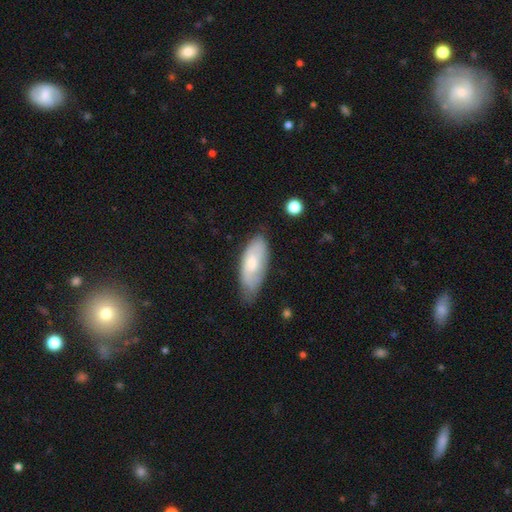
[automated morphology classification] The model was most divided on "smooth or featured": smooth: 60%, featured or disk: 34%, star or artifact: 6%. More confident: how rounded — in between (82%); merging — none (59%).